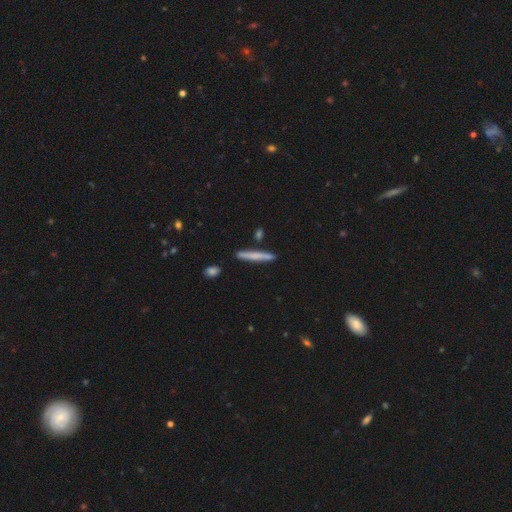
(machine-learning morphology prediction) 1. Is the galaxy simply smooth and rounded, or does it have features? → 68% smooth, 26% featured or disk, 6% star or artifact.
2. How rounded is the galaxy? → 96% cigar-shaped, 3% in between, 1% round.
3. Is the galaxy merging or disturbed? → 86% none, 9% minor disturbance, 3% merger, 2% major disturbance.